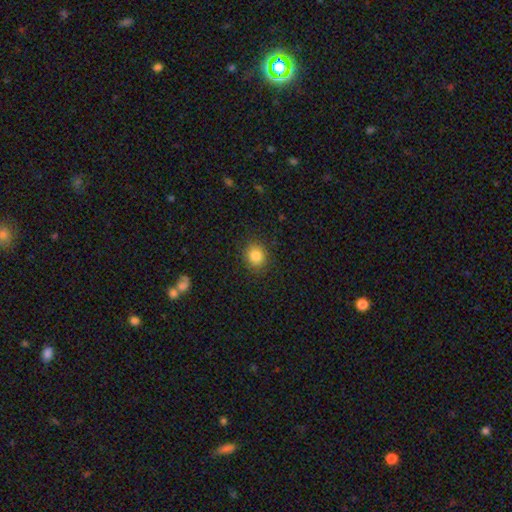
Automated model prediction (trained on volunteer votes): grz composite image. It shows a smooth galaxy with no disk features (83%) that is round (77%). Merging: none (88%).